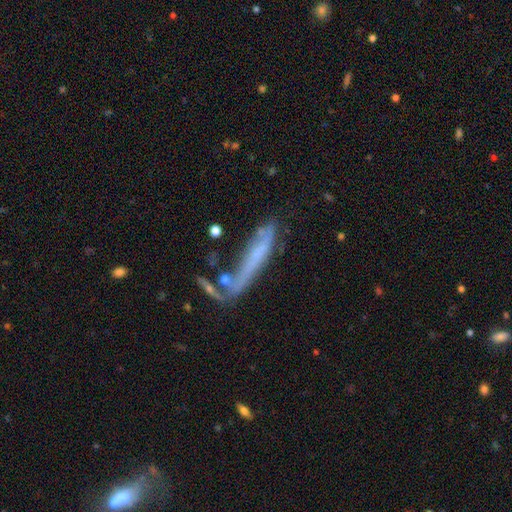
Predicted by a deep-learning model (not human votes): smooth-or-featured: featured or disk: 45% | smooth: 44% | star or artifact: 11%
  merging: none: 37% | major disturbance: 21% | merger: 21% | minor disturbance: 20%